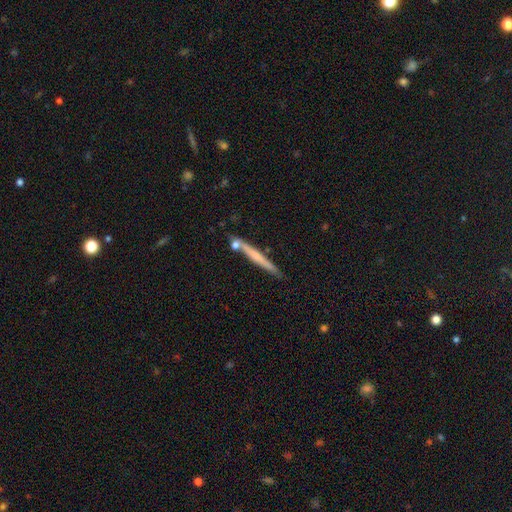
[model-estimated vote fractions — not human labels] This is possibly a smooth galaxy (47%). Merging: likely none (75%).